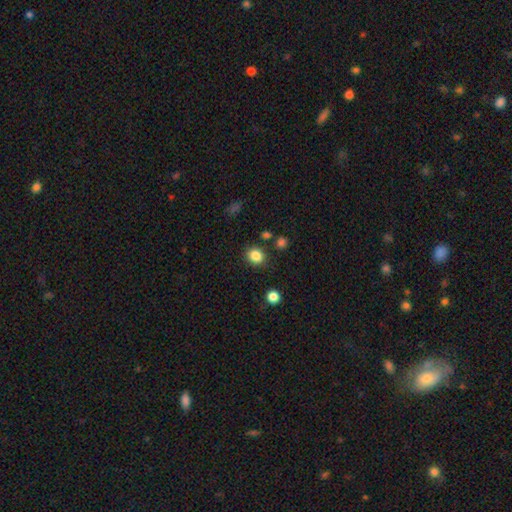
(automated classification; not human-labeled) smooth 84%, star or artifact 11%, featured or disk 5%. Down the decision tree: how rounded — round (71%); merging — none (84%).